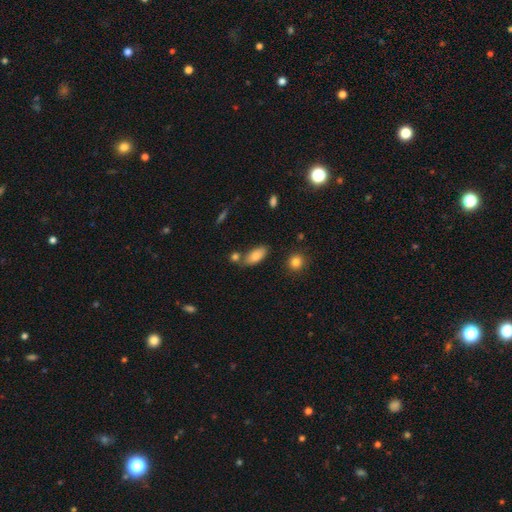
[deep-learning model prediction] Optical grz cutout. It shows a smooth galaxy with no disk features (83%) that is in between round and cigar-shaped (88%). Merging: none (64%).